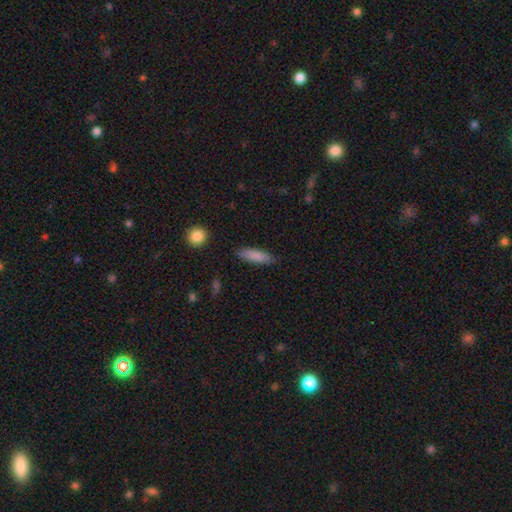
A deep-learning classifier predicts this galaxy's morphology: type=smooth (85%); roundness=cigar-shaped (51%); merging=none (83%).